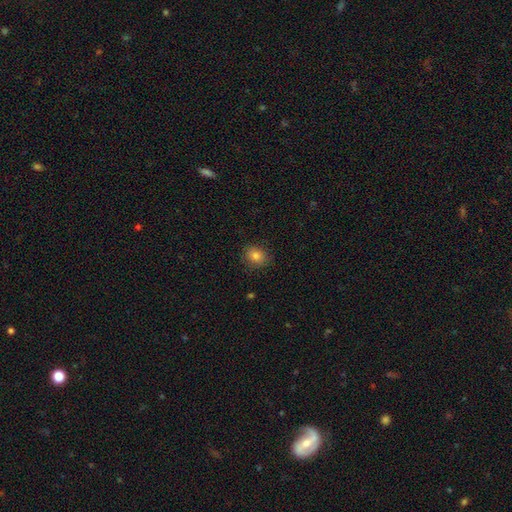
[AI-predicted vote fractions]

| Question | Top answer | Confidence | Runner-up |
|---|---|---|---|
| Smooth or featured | smooth | 82% | star or artifact (11%) |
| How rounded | round | 66% | in between (33%) |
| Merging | none | 85% | minor disturbance (12%) |